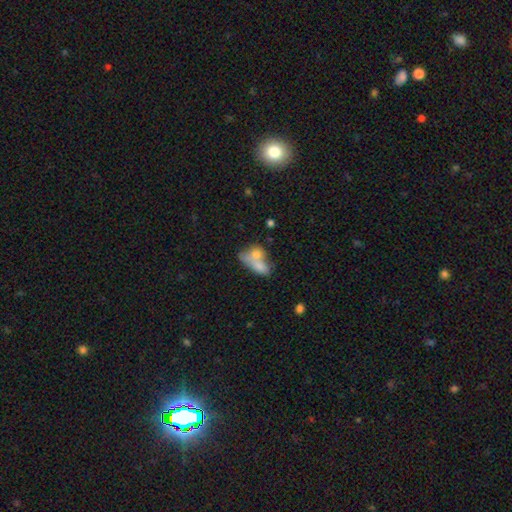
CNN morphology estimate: Smooth or featured? smooth (69%)
How rounded? in between (71%)
Merging? merger (60%)